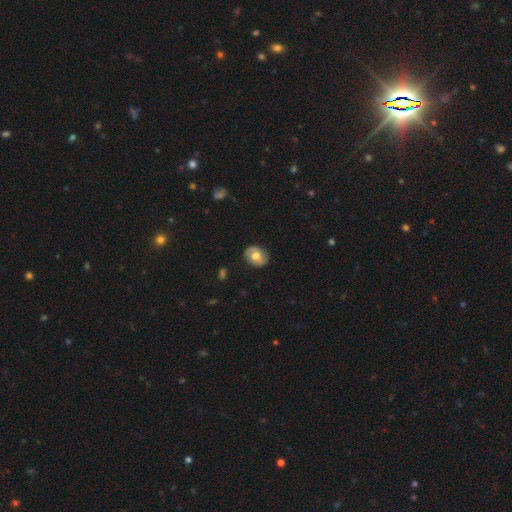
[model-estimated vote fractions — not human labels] Smooth or featured?
  - smooth: 55% *
  - featured or disk: 38%
  - star or artifact: 8%
How rounded?
  - in between: 50% *
  - round: 49%
  - cigar-shaped: 1%
Merging?
  - none: 80% *
  - minor disturbance: 15%
  - major disturbance: 3%
  - merger: 1%